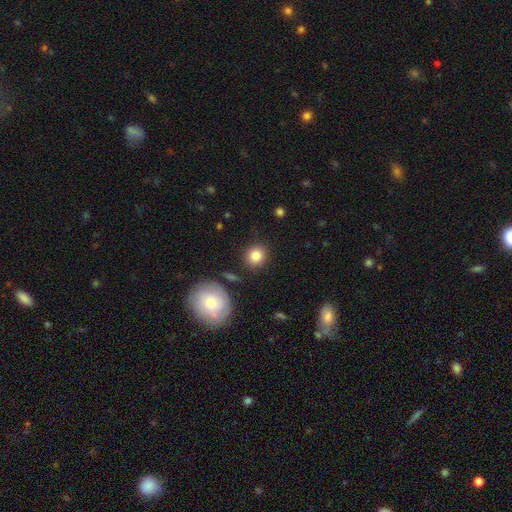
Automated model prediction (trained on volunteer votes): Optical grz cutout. It shows a smooth galaxy with no disk features (84%) that is round (85%). Merging: none (85%).